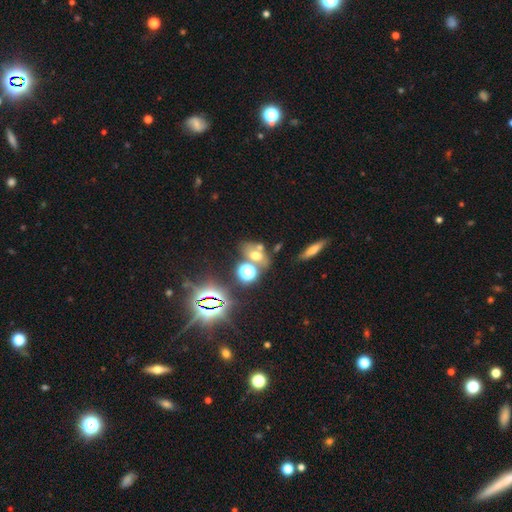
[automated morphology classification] Smooth or featured? smooth (49%)
Merging? none (50%)